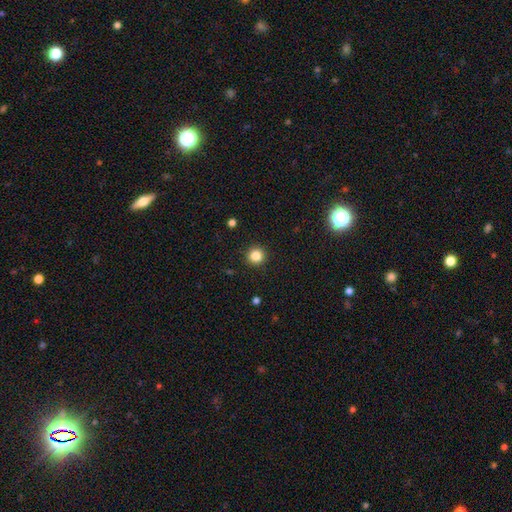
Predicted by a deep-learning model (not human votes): smooth_or_featured: smooth (p=0.85) [alt: star or artifact p=0.11]
how_rounded: round (p=0.95) [alt: in between p=0.04]
merging: none (p=0.92) [alt: minor disturbance p=0.05]